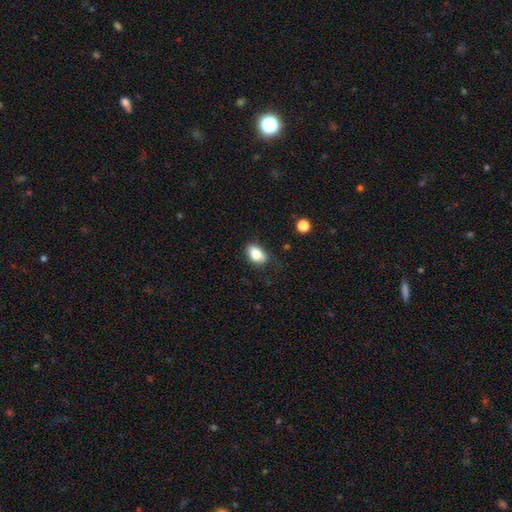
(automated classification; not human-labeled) smooth_or_featured: smooth (p=0.83) [alt: star or artifact p=0.09]
how_rounded: in between (p=0.87) [alt: round p=0.11]
merging: none (p=0.67) [alt: minor disturbance p=0.24]